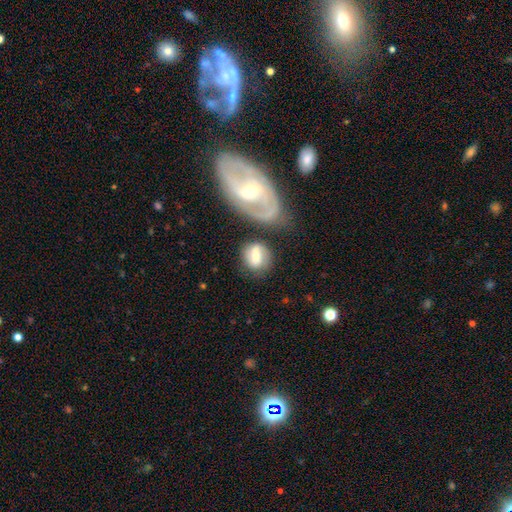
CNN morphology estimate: Q: Smooth or featured?
A: smooth (59%); runner-up: featured or disk (33%)
Q: How rounded?
A: in between (54%); runner-up: round (43%)
Q: Merging?
A: none (51%); runner-up: merger (20%)